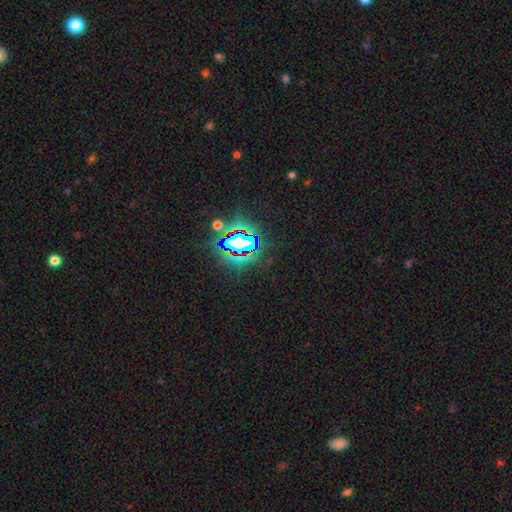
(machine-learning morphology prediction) Overall: star or artifact (84%).